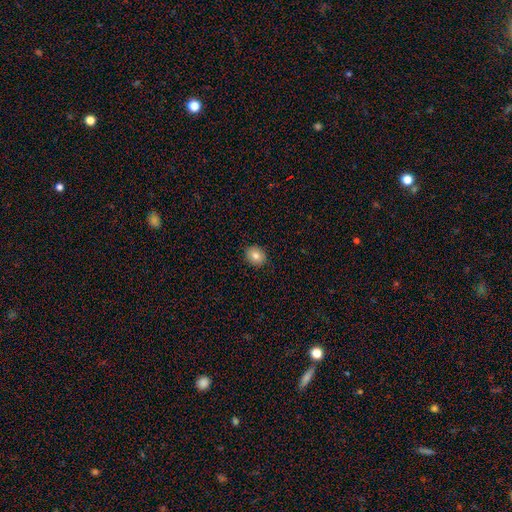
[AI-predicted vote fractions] Morphology: type=smooth (83%); roundness=round (54%); merging=none (89%).